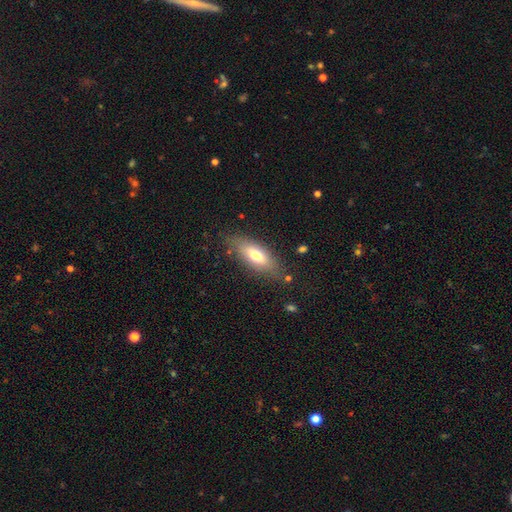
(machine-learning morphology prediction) smooth 66%, featured or disk 27%, star or artifact 7%. Down the decision tree: how rounded — in between (68%); merging — none (79%).